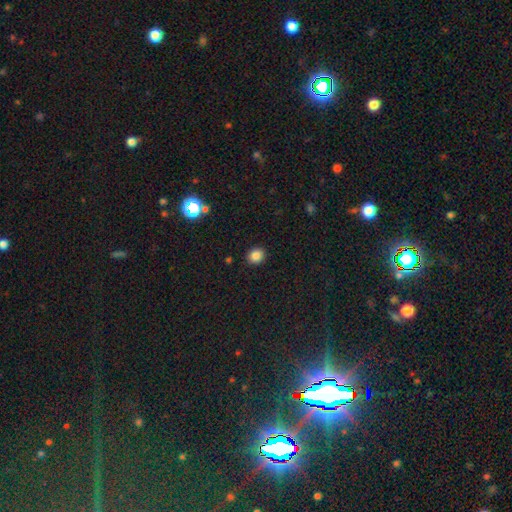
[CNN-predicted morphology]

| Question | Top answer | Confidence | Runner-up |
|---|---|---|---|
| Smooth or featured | smooth | 85% | star or artifact (12%) |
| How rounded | round | 77% | in between (22%) |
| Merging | none | 90% | minor disturbance (7%) |